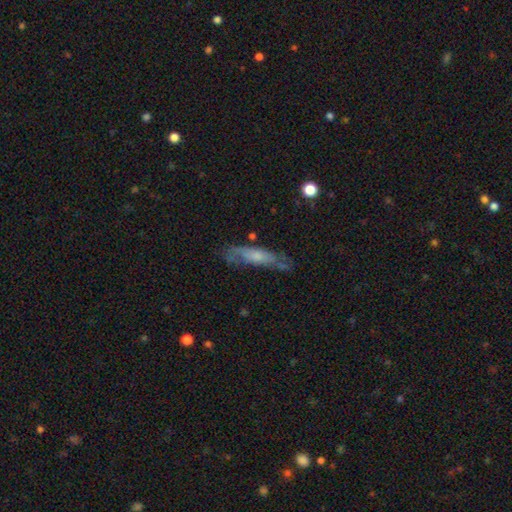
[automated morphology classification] Smooth or featured: featured or disk — 48% (smooth — 45%)
Merging: none — 60% (minor disturbance — 25%)